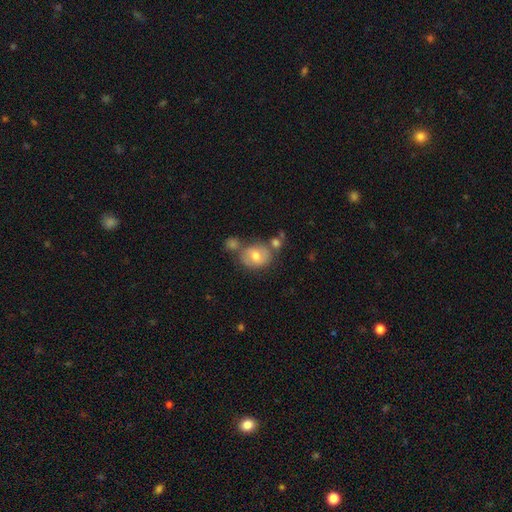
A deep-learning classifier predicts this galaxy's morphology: Smooth or featured?
  - smooth: 63% *
  - featured or disk: 28%
  - star or artifact: 9%
How rounded?
  - round: 56% *
  - in between: 43%
  - cigar-shaped: 1%
Merging?
  - none: 51% *
  - merger: 26%
  - minor disturbance: 17%
  - major disturbance: 7%